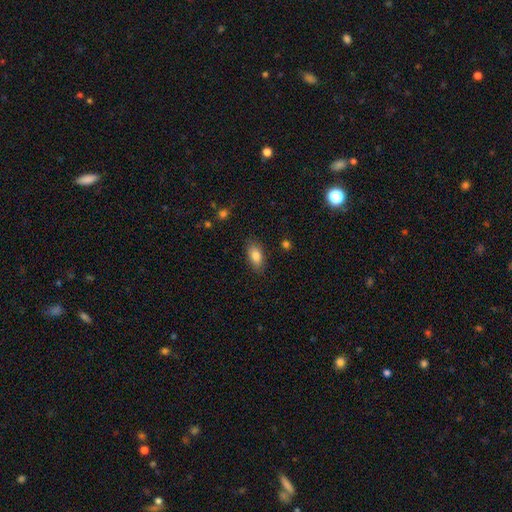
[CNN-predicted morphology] Smooth or featured: smooth — 83% (featured or disk — 9%)
How rounded: in between — 89% (cigar-shaped — 6%)
Merging: none — 84% (minor disturbance — 12%)